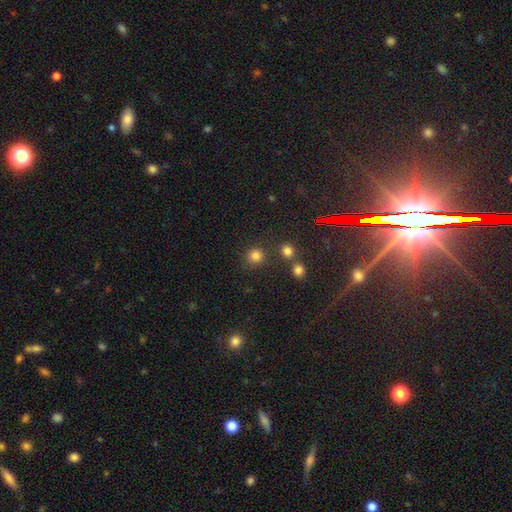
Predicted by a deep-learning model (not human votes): smooth-or-featured: smooth: 80% | star or artifact: 16% | featured or disk: 4%
  how-rounded: round: 91% | in between: 8% | cigar-shaped: 1%
  merging: none: 78% | merger: 10% | minor disturbance: 8% | major disturbance: 4%